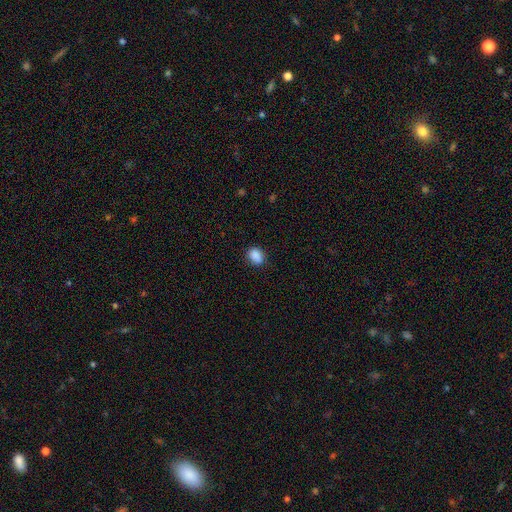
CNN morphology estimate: A smooth galaxy with no disk features (88%) that is in between round and cigar-shaped (61%).

Vote fractions:
- Smooth or featured? smooth: 88% / star or artifact: 9% / featured or disk: 3%
- How rounded? in between: 61% / round: 38% / cigar-shaped: 1%
- Merging? none: 82% / minor disturbance: 14% / major disturbance: 3% / merger: 1%